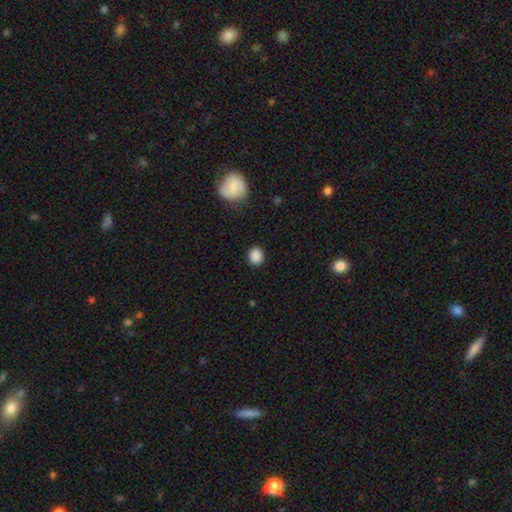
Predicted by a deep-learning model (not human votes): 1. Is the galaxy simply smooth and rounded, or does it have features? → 88% smooth, 9% star or artifact, 3% featured or disk.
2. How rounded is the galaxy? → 75% round, 24% in between, 1% cigar-shaped.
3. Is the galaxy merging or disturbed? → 88% none, 8% minor disturbance, 2% major disturbance, 1% merger.